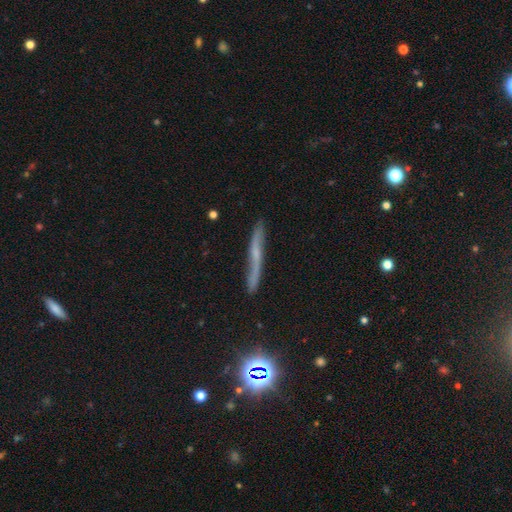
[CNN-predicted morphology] Smooth or featured: featured or disk — 59% (smooth — 27%)
Edge-on disk: yes — 79% (no — 21%)
Merging: none — 77% (minor disturbance — 17%)